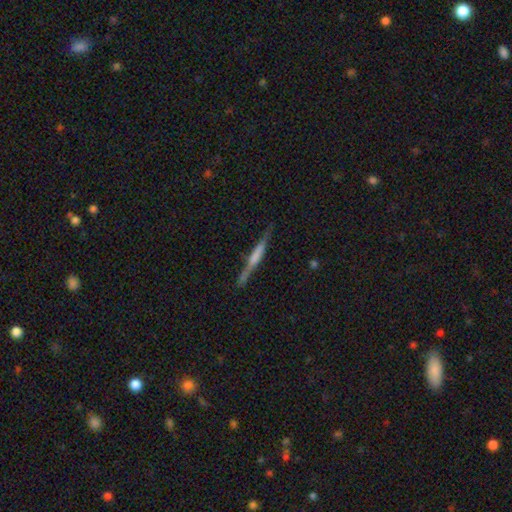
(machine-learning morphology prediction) Overall: featured or disk (60%; smooth 34%). Edge-on disk: yes (96%). Edge-on bulge: boxy (43%; none 29%). Merging: none (79%).